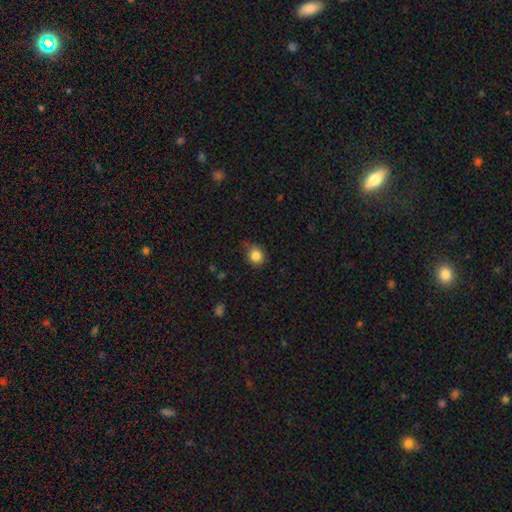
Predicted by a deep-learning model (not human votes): A smooth galaxy with no disk features (84%) that is round (78%).

Vote fractions:
- Smooth or featured? smooth: 84% / star or artifact: 11% / featured or disk: 5%
- How rounded? round: 78% / in between: 21% / cigar-shaped: 1%
- Merging? none: 71% / minor disturbance: 23% / major disturbance: 4% / merger: 1%